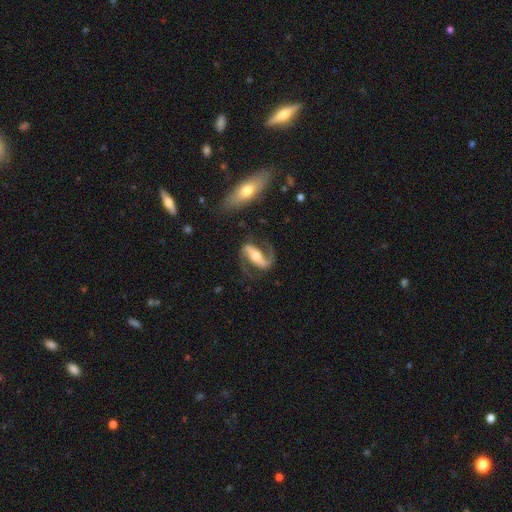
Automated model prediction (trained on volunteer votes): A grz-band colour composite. It shows a featured or disk galaxy (86%) with a strong bar (59%), 2 (88%) loose (44%) spiral arms (95%) and a moderate central bulge (57%). Merging: none (70%).